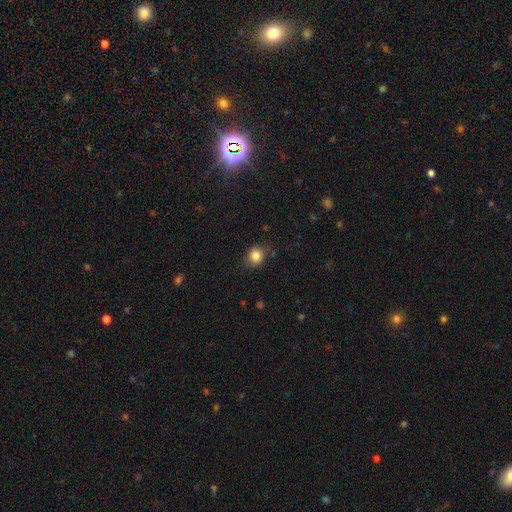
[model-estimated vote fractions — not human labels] This is clearly a smooth galaxy (84%). How rounded: likely round (72%). Merging: clearly none (82%).